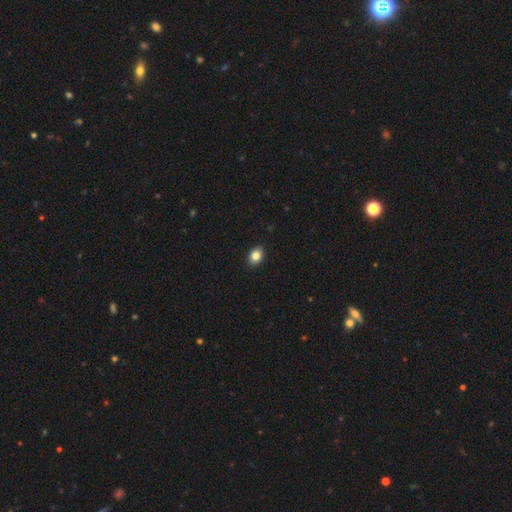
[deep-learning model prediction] This appears to be a smooth galaxy with no disk features (85%) that is in between round and cigar-shaped (75%). Merging: none (90%).